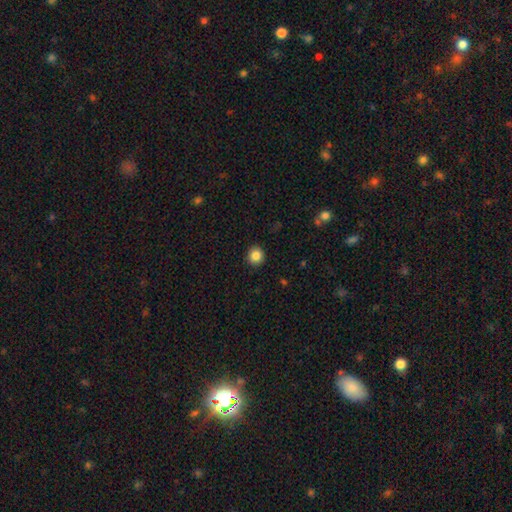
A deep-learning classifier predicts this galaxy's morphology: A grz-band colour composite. It shows a smooth galaxy with no disk features (86%) that is round (92%). Merging: none (92%).